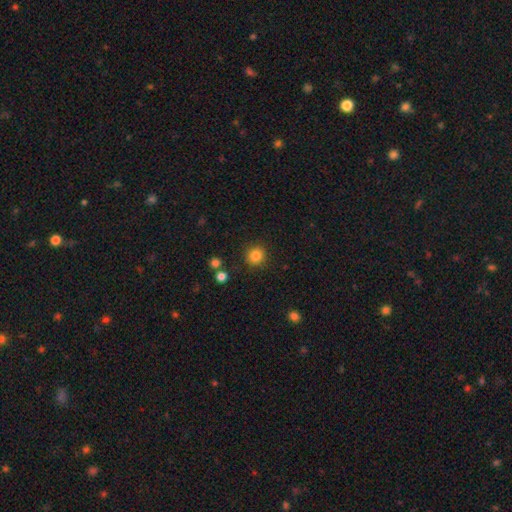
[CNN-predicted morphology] smooth-or-featured: smooth: 84% | star or artifact: 11% | featured or disk: 5%
  how-rounded: round: 91% | in between: 8% | cigar-shaped: 1%
  merging: none: 89% | minor disturbance: 6% | major disturbance: 2% | merger: 2%